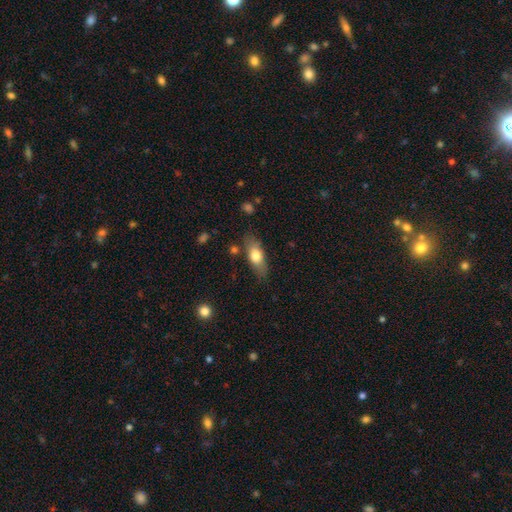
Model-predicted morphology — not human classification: type=smooth (70%); roundness=in between (71%); merging=none (78%).